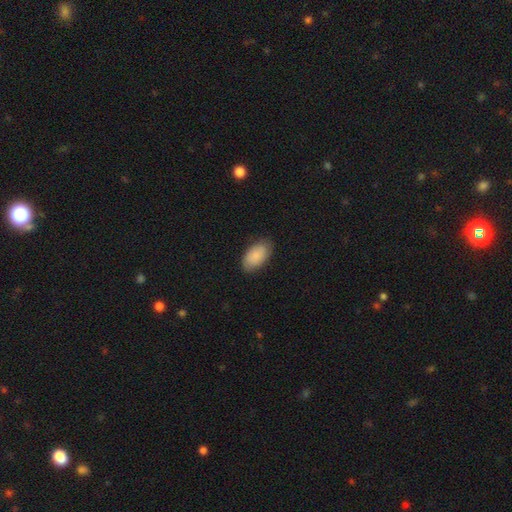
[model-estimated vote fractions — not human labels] This is clearly a smooth galaxy (87%). How rounded: clearly in between (95%). Merging: clearly none (82%).